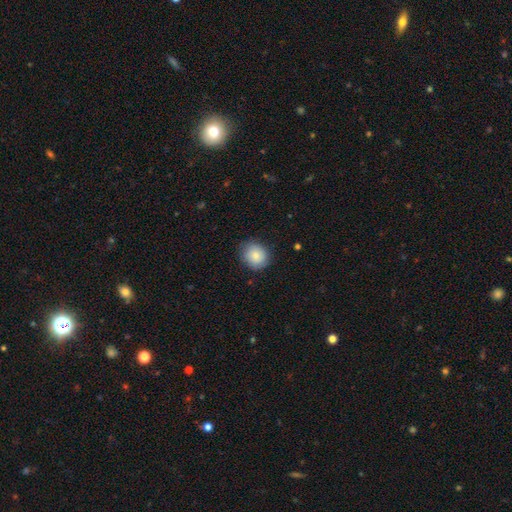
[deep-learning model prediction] Q: Smooth or featured?
A: smooth (83%); runner-up: featured or disk (9%)
Q: How rounded?
A: round (76%); runner-up: in between (23%)
Q: Merging?
A: none (83%); runner-up: minor disturbance (13%)